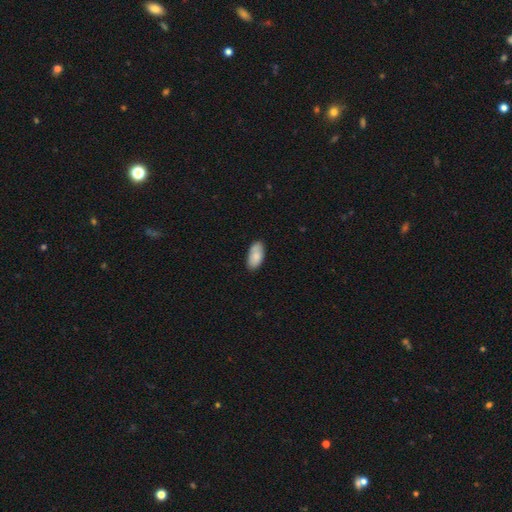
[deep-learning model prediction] A smooth galaxy with no disk features (83%) that is in between round and cigar-shaped (93%).

Vote fractions:
- Smooth or featured? smooth: 83% / featured or disk: 11% / star or artifact: 6%
- How rounded? in between: 93% / cigar-shaped: 5% / round: 2%
- Merging? none: 79% / minor disturbance: 16% / major disturbance: 3% / merger: 2%